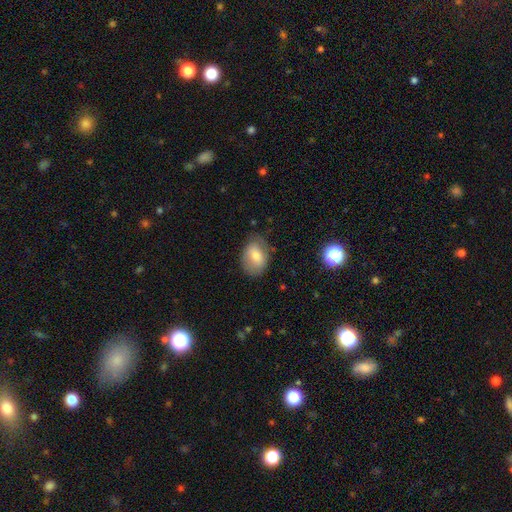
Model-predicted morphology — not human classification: Smooth or featured: smooth — 73% (featured or disk — 19%)
How rounded: in between — 79% (round — 20%)
Merging: none — 68% (minor disturbance — 24%)